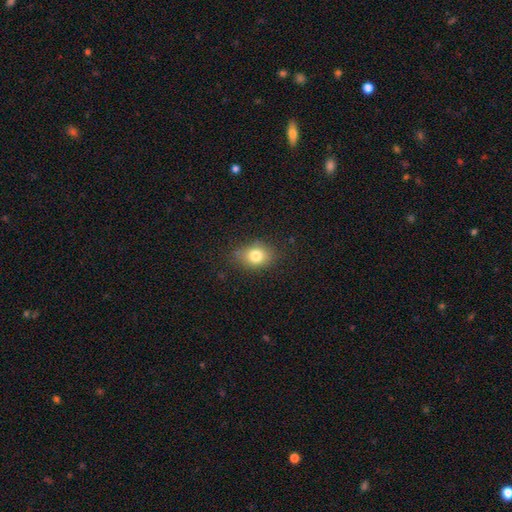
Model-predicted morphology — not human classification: smooth_or_featured: smooth (p=0.79) [alt: star or artifact p=0.11]
how_rounded: in between (p=0.60) [alt: round p=0.39]
merging: none (p=0.78) [alt: minor disturbance p=0.16]